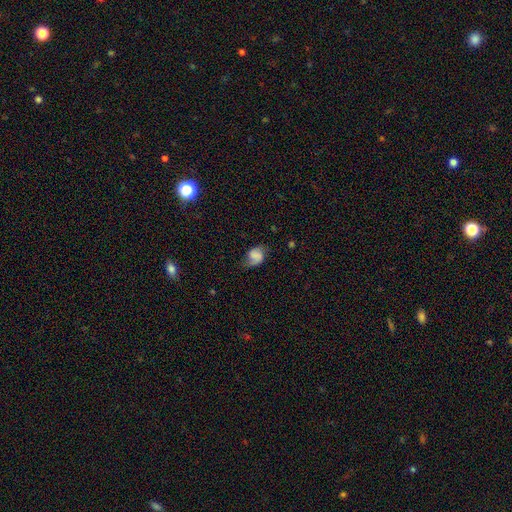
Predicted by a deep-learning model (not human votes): A smooth galaxy with no disk features (47%). Merging: none (53%).